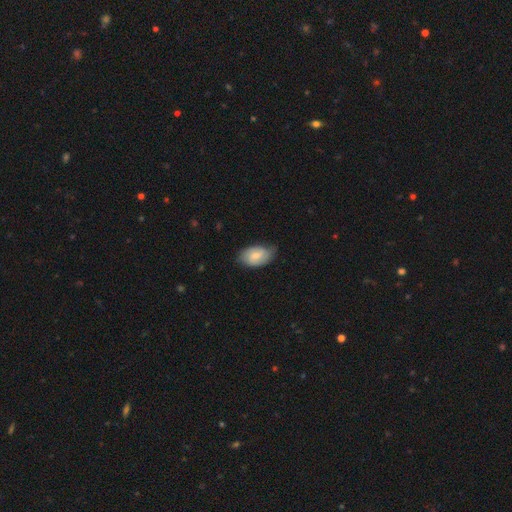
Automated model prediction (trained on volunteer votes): A smooth galaxy with no disk features (60%) that is in between round and cigar-shaped (91%).

Vote fractions:
- Smooth or featured? smooth: 60% / featured or disk: 34% / star or artifact: 6%
- How rounded? in between: 91% / round: 7% / cigar-shaped: 2%
- Merging? none: 66% / minor disturbance: 28% / major disturbance: 5% / merger: 1%